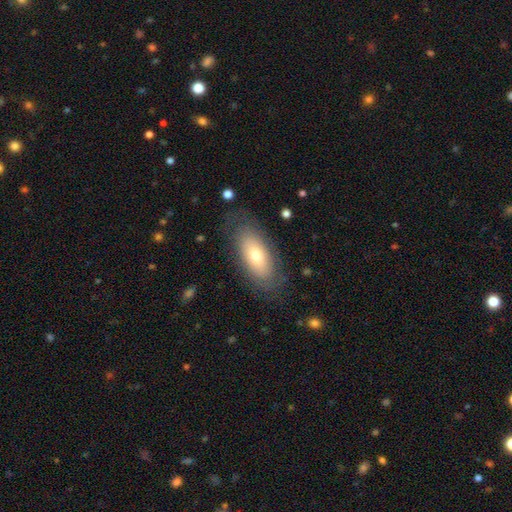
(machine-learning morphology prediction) type=smooth (64%); roundness=in between (87%); merging=none (78%).